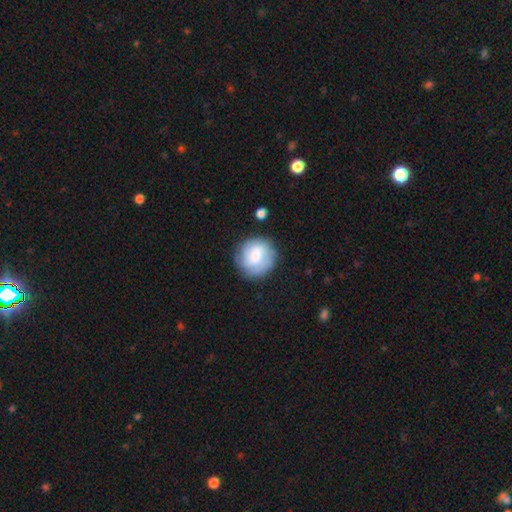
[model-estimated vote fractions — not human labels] smooth-or-featured: smooth: 63% | featured or disk: 30% | star or artifact: 8%
  how-rounded: round: 89% | in between: 10% | cigar-shaped: 1%
  merging: none: 75% | minor disturbance: 16% | major disturbance: 6% | merger: 3%